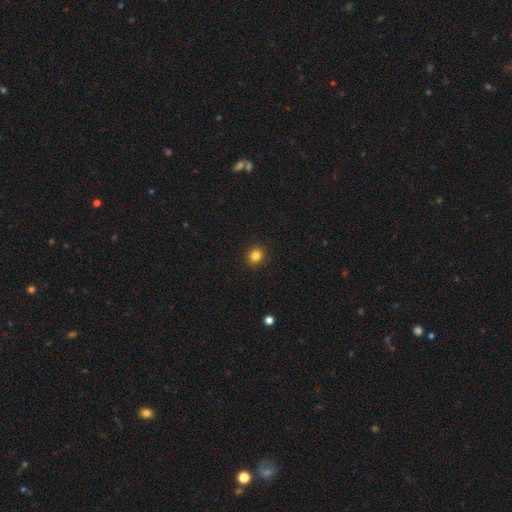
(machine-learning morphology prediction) Smooth or featured: smooth — 84% (star or artifact — 12%)
How rounded: round — 81% (in between — 18%)
Merging: none — 92% (minor disturbance — 5%)